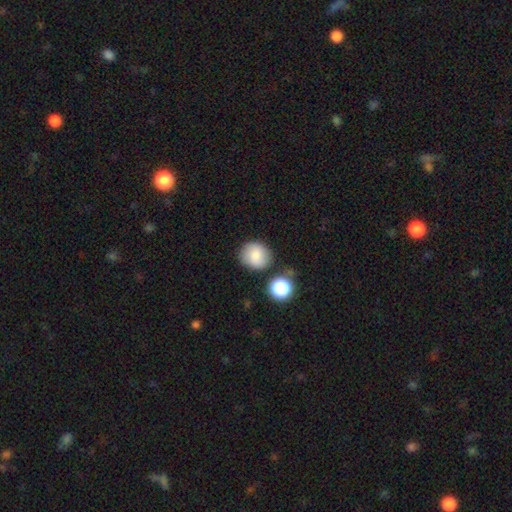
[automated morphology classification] This appears to be a smooth galaxy with no disk features (84%) that is round (79%). Merging: none (77%).